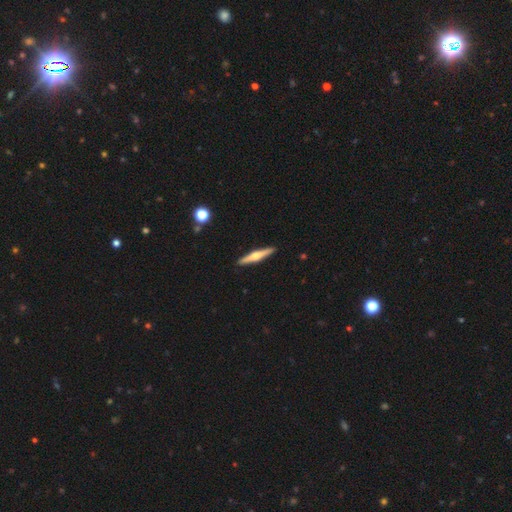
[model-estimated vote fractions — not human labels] The model was most divided on "smooth or featured": featured or disk: 64%, smooth: 31%, star or artifact: 5%. More confident: edge-on disk — yes (98%); merging — none (92%); edge-on bulge — rounded (90%).